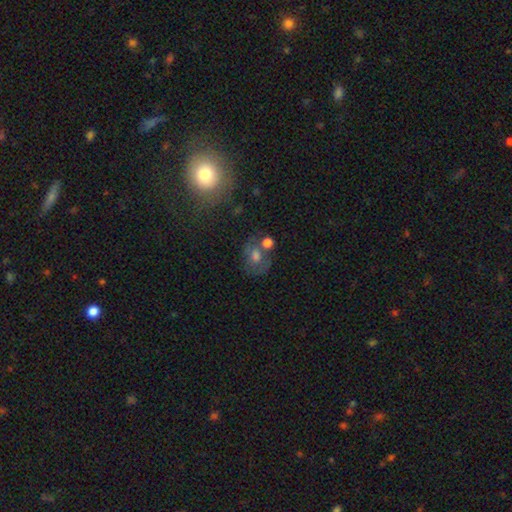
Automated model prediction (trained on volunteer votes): Smooth or featured?
  - smooth: 51% *
  - featured or disk: 30%
  - star or artifact: 19%
How rounded?
  - round: 63% *
  - in between: 36%
  - cigar-shaped: 1%
Merging?
  - none: 51% *
  - merger: 23%
  - minor disturbance: 16%
  - major disturbance: 10%